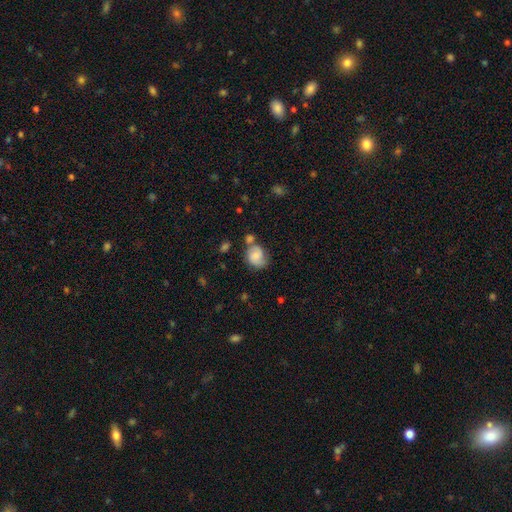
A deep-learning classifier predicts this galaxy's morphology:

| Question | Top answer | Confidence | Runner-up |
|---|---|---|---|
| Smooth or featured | smooth | 48% | featured or disk (43%) |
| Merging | none | 49% | minor disturbance (24%) |